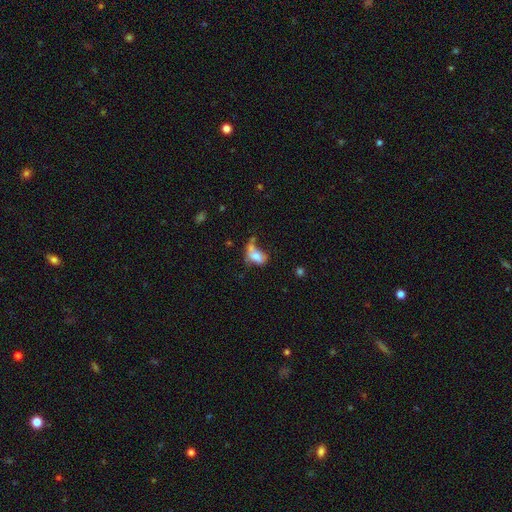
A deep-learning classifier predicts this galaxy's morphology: smooth-or-featured: smooth: 62% | featured or disk: 26% | star or artifact: 11%
  how-rounded: in between: 85% | round: 10% | cigar-shaped: 5%
  merging: major disturbance: 29% | merger: 28% | none: 22% | minor disturbance: 21%